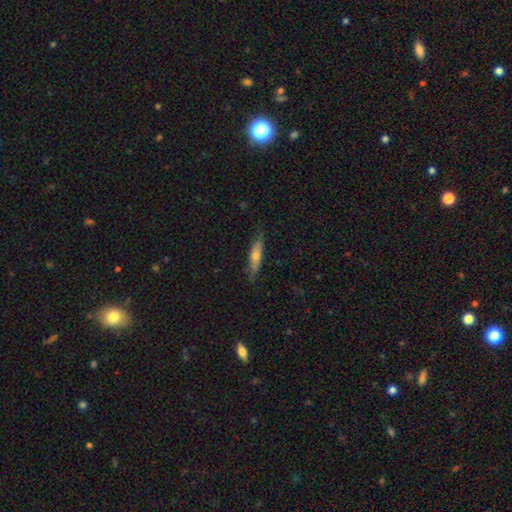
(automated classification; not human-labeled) A smooth galaxy with no disk features (54%) that is cigar-shaped (75%). Merging: none (80%).